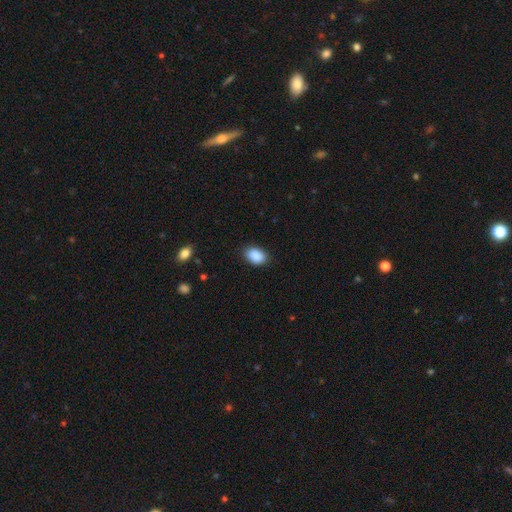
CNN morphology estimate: This is clearly a smooth galaxy (89%). How rounded: clearly in between (85%). Merging: clearly none (86%).